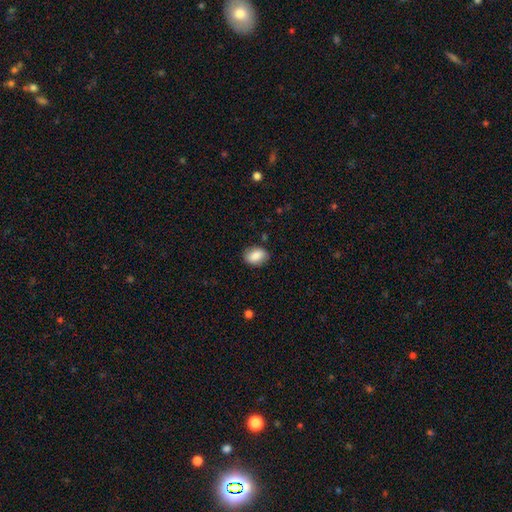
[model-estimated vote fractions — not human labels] smooth-or-featured: smooth: 87% | star or artifact: 7% | featured or disk: 6%
  how-rounded: in between: 82% | round: 16% | cigar-shaped: 1%
  merging: none: 84% | minor disturbance: 12% | major disturbance: 3% | merger: 1%